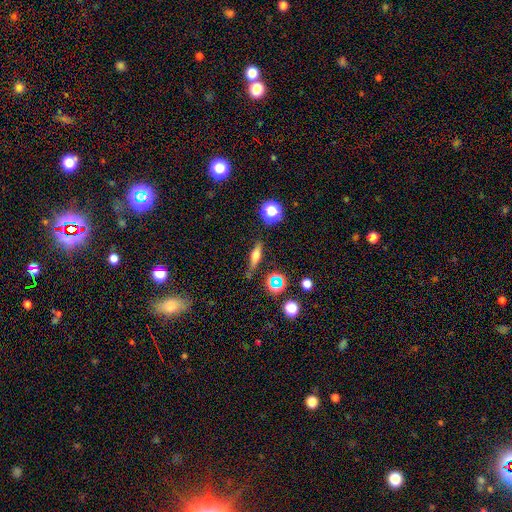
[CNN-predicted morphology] A smooth galaxy with no disk features (48%).

Vote fractions:
- Smooth or featured? smooth: 48% / featured or disk: 39% / star or artifact: 13%
- Merging? none: 79% / minor disturbance: 14% / major disturbance: 4% / merger: 4%